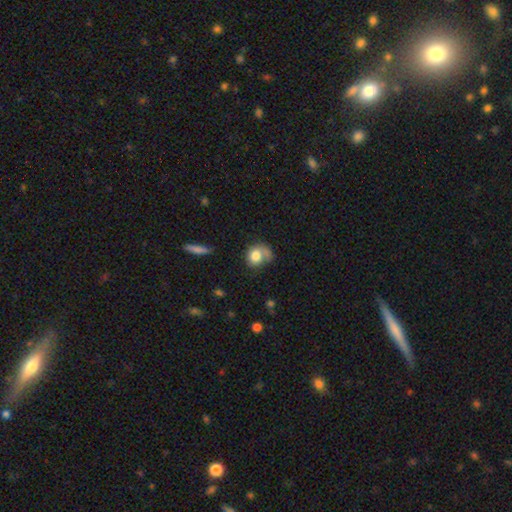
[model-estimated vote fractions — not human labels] smooth_or_featured: smooth (p=0.76) [alt: featured or disk p=0.16]
how_rounded: round (p=0.66) [alt: in between p=0.33]
merging: none (p=0.41) [alt: minor disturbance p=0.24]